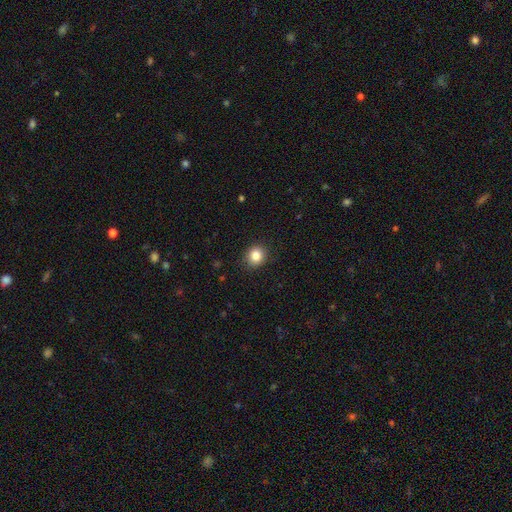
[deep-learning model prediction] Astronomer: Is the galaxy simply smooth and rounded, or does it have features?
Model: smooth — 84%.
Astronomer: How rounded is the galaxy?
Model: round — 78%.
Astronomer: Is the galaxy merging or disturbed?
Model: none — 89%.